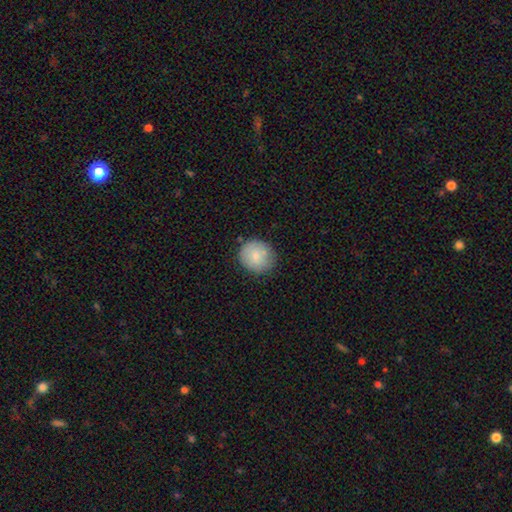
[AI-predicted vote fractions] Q: Smooth or featured?
A: smooth (81%); runner-up: featured or disk (12%)
Q: How rounded?
A: round (86%); runner-up: in between (13%)
Q: Merging?
A: none (78%); runner-up: minor disturbance (16%)